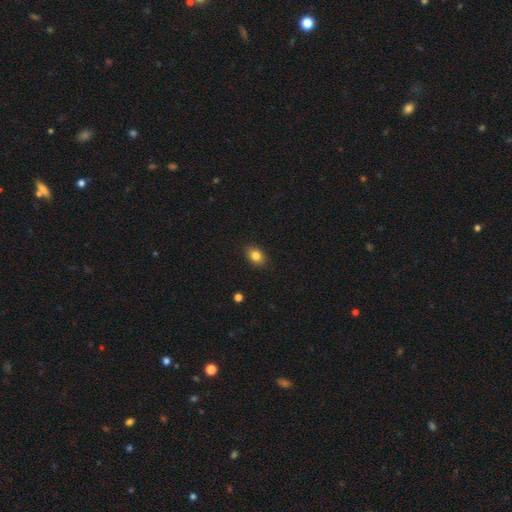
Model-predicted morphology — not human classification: Smooth or featured?
  - smooth: 83% *
  - star or artifact: 9%
  - featured or disk: 8%
How rounded?
  - in between: 76% *
  - round: 22%
  - cigar-shaped: 1%
Merging?
  - none: 88% *
  - minor disturbance: 9%
  - major disturbance: 2%
  - merger: 1%